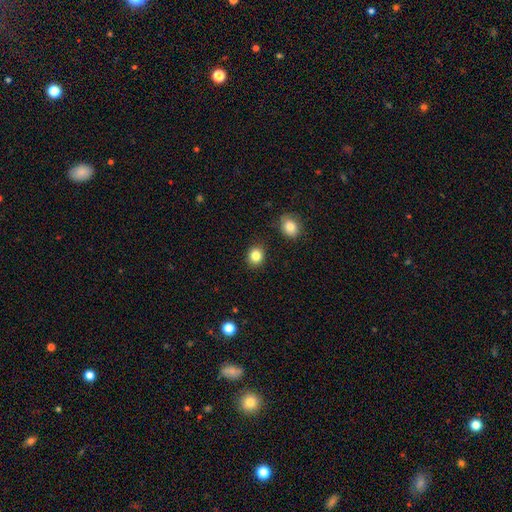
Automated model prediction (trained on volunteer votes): A smooth galaxy with no disk features (85%) that is round (74%). Merging: none (89%).